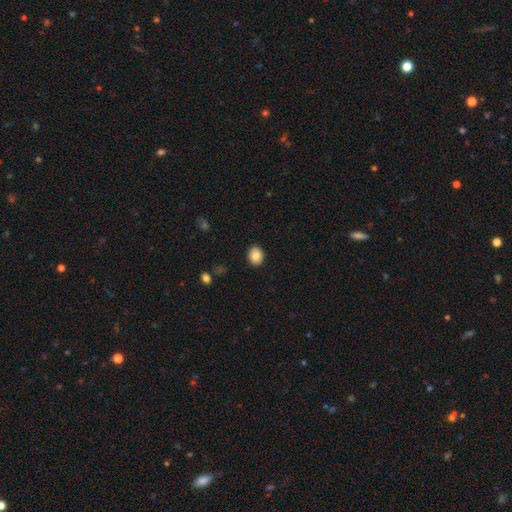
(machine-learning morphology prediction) This is clearly a smooth galaxy (84%). How rounded: possibly round (59%). Merging: clearly none (90%).